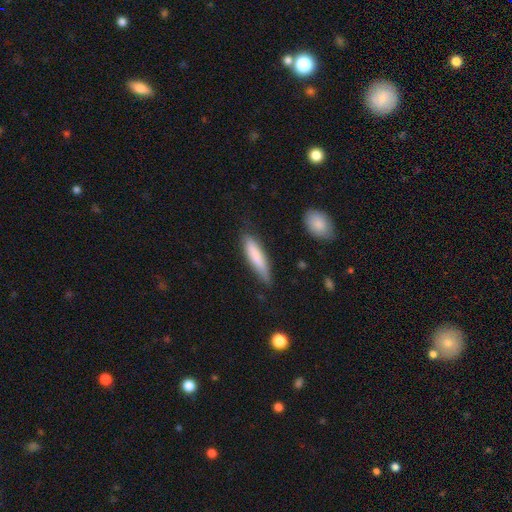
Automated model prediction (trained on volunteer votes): Smooth or featured?
  - smooth: 79% *
  - featured or disk: 15%
  - star or artifact: 6%
How rounded?
  - cigar-shaped: 78% *
  - in between: 20%
  - round: 1%
Merging?
  - none: 72% *
  - minor disturbance: 21%
  - major disturbance: 4%
  - merger: 2%